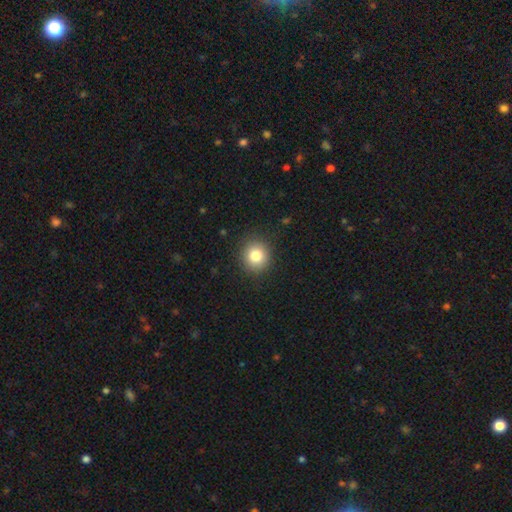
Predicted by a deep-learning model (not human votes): smooth-or-featured: smooth: 82% | star or artifact: 11% | featured or disk: 8%
  how-rounded: round: 88% | in between: 11% | cigar-shaped: 1%
  merging: none: 90% | minor disturbance: 7% | major disturbance: 2% | merger: 1%